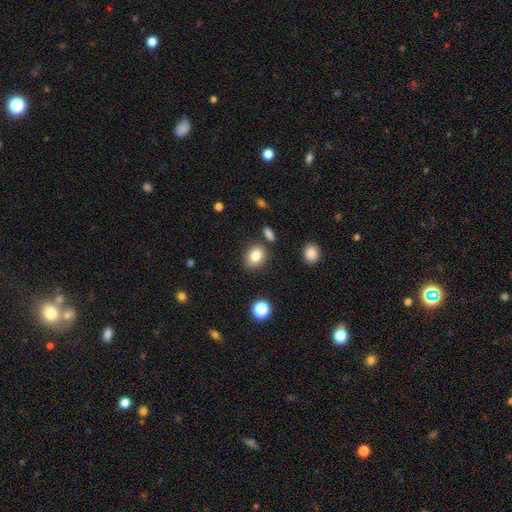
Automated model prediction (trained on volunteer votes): Smooth or featured? smooth (81%)
How rounded? in between (55%)
Merging? none (81%)